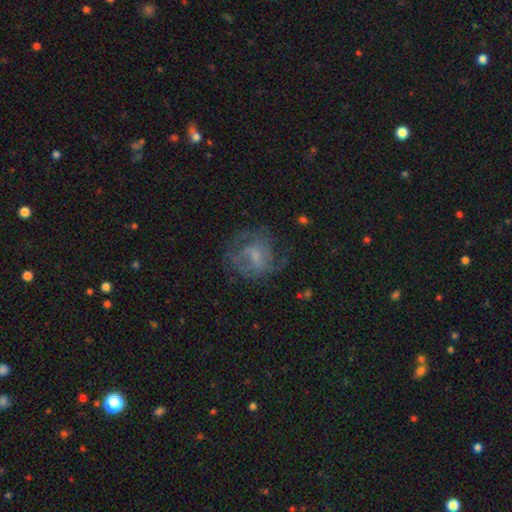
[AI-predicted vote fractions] This appears to be a featured or disk galaxy (60%) with a weak bar (48%), spiral arms (70%) and a small central bulge (46%). Merging: none (57%).